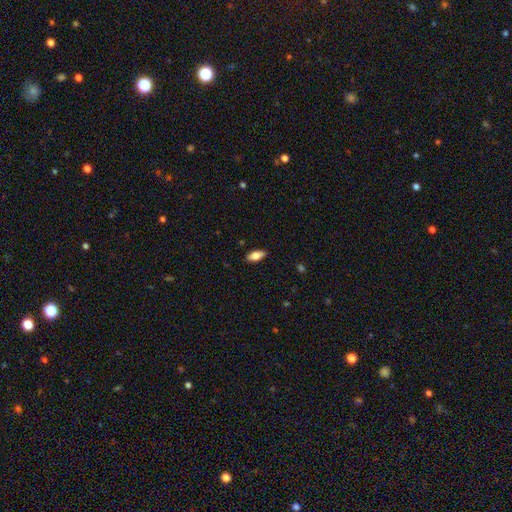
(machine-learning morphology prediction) Q: Smooth or featured?
A: smooth (76%); runner-up: featured or disk (17%)
Q: How rounded?
A: in between (83%); runner-up: cigar-shaped (14%)
Q: Merging?
A: none (88%); runner-up: minor disturbance (9%)